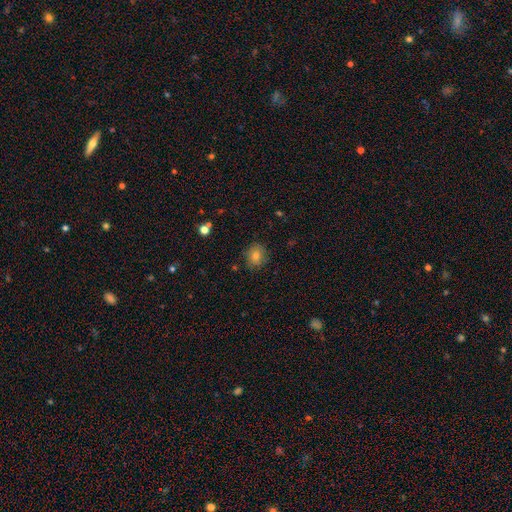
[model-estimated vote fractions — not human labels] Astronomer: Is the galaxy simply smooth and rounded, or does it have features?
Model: smooth — 76%.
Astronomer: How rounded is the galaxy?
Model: round — 72%.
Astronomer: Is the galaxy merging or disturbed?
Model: none — 84%.